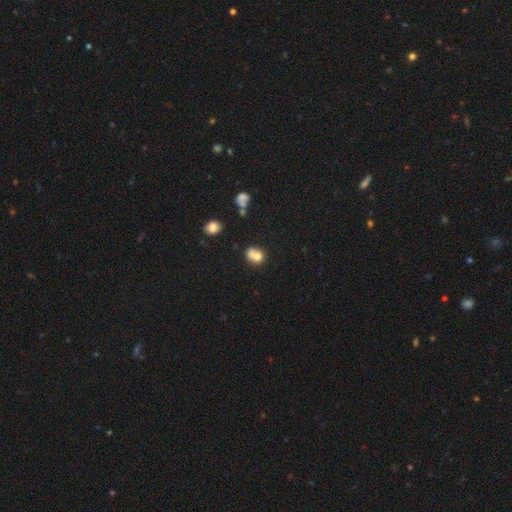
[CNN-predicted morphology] This is likely a smooth galaxy (71%). How rounded: likely round (65%). Merging: possibly merger (48%).